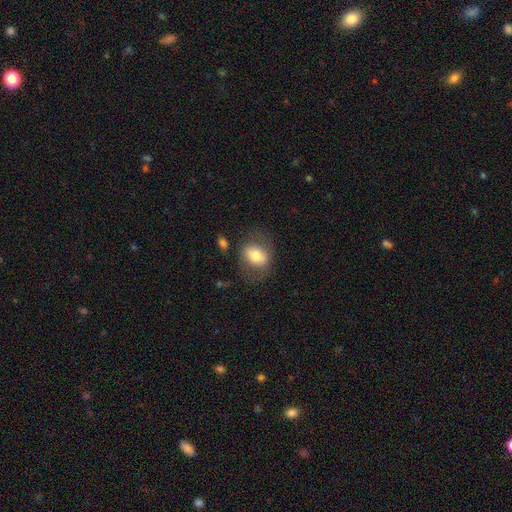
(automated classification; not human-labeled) Overall: smooth (66%; featured or disk 27%). How rounded: in between (64%; round 34%). Merging: none (69%).